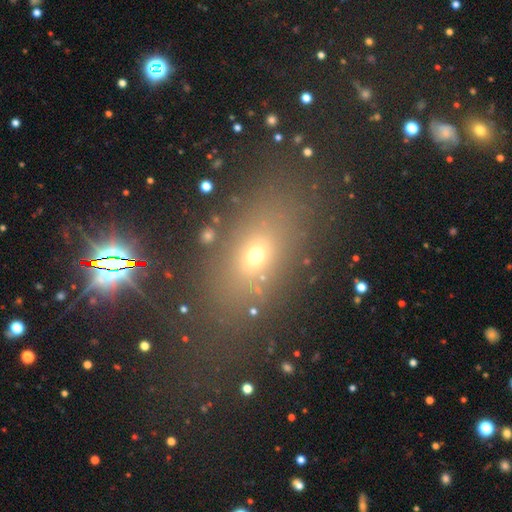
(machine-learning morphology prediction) The model was most divided on "smooth or featured": smooth: 56%, star or artifact: 28%, featured or disk: 16%. More confident: merging — none (77%); how rounded — in between (69%).